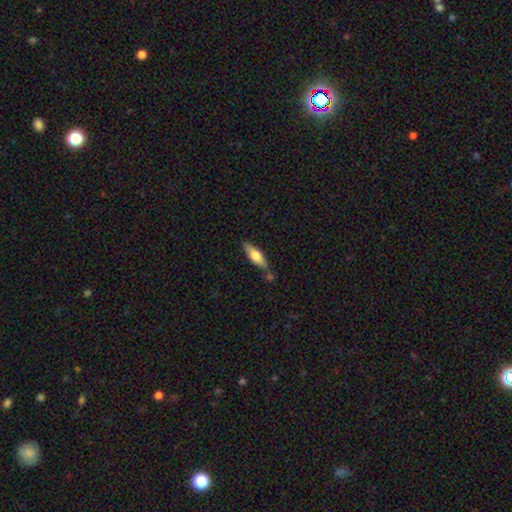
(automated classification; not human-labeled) Smooth or featured? Predicted: smooth (p=0.62). How rounded? Predicted: cigar-shaped (p=0.54). Merging? Predicted: none (p=0.71).